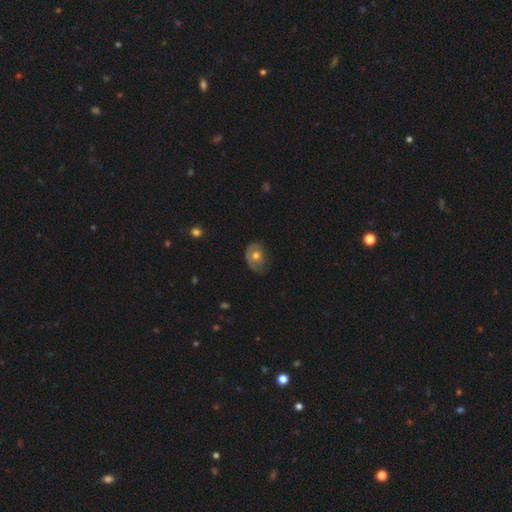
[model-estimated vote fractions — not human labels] Smooth or featured?
  - smooth: 51% *
  - featured or disk: 42%
  - star or artifact: 7%
How rounded?
  - in between: 63% *
  - round: 36%
  - cigar-shaped: 1%
Merging?
  - none: 47% *
  - minor disturbance: 34%
  - major disturbance: 17%
  - merger: 2%